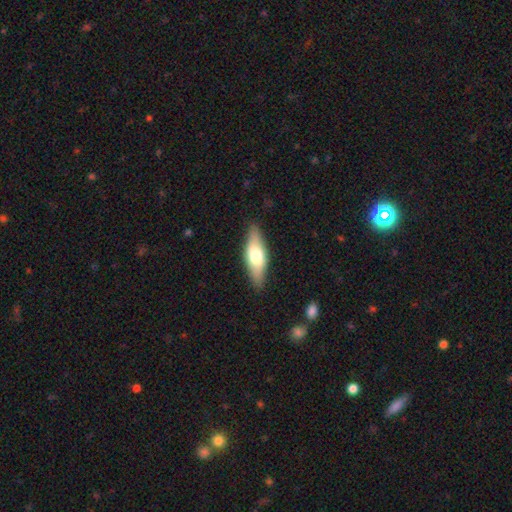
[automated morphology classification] type=smooth (60%); roundness=in between (60%); merging=none (86%).